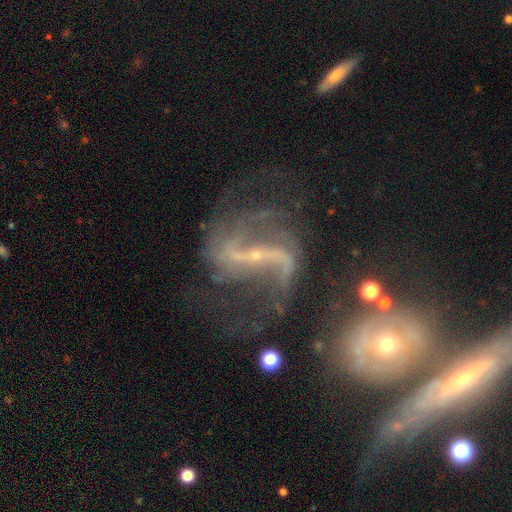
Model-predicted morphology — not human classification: Smooth or featured?
  - featured or disk: 89% *
  - star or artifact: 7%
  - smooth: 3%
Edge-on disk?
  - no: 96% *
  - yes: 4%
Bar?
  - strong: 59% *
  - weak: 25%
  - no: 16%
Spiral arms?
  - yes: 96% *
  - no: 4%
Spiral winding?
  - loose: 71% *
  - medium: 22%
  - tight: 6%
Spiral arm count?
  - 2: 83% *
  - 3: 5%
  - can't tell: 4%
  - 1: 3%
  - 4: 2%
  - more than 4: 2%
Bulge size?
  - small: 83% *
  - moderate: 10%
  - none: 5%
  - large: 1%
  - dominant: 1%
Merging?
  - none: 49% *
  - major disturbance: 25%
  - minor disturbance: 18%
  - merger: 8%